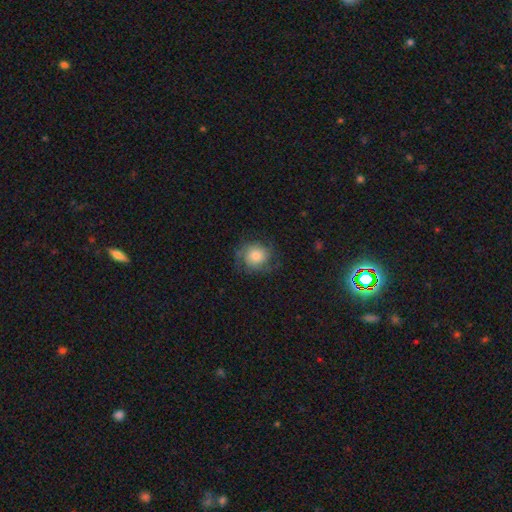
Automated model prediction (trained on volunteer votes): Smooth or featured?
  - smooth: 54% *
  - featured or disk: 37%
  - star or artifact: 9%
How rounded?
  - round: 81% *
  - in between: 18%
  - cigar-shaped: 1%
Merging?
  - none: 66% *
  - minor disturbance: 21%
  - major disturbance: 12%
  - merger: 1%